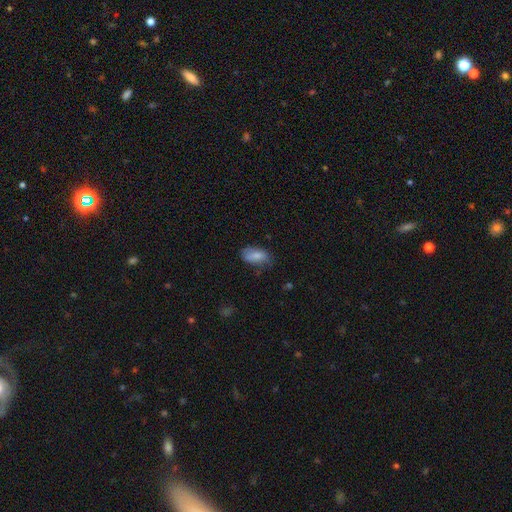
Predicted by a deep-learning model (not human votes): smooth-or-featured: smooth: 77% | featured or disk: 15% | star or artifact: 7%
  how-rounded: in between: 91% | cigar-shaped: 5% | round: 4%
  merging: none: 60% | minor disturbance: 29% | major disturbance: 9% | merger: 2%